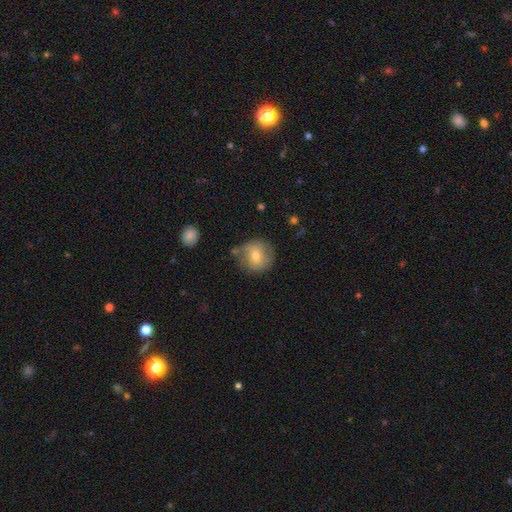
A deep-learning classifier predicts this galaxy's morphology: This is likely a smooth galaxy (60%). How rounded: clearly round (89%). Merging: likely none (62%).